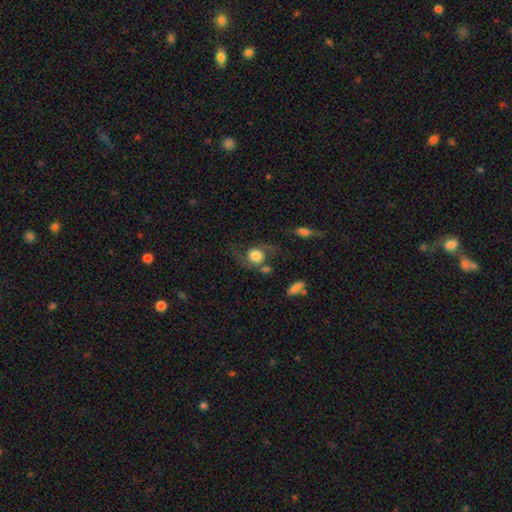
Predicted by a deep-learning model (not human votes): The model was most divided on "smooth or featured": smooth: 49%, featured or disk: 42%, star or artifact: 9%. Remaining: merging — none (49%).